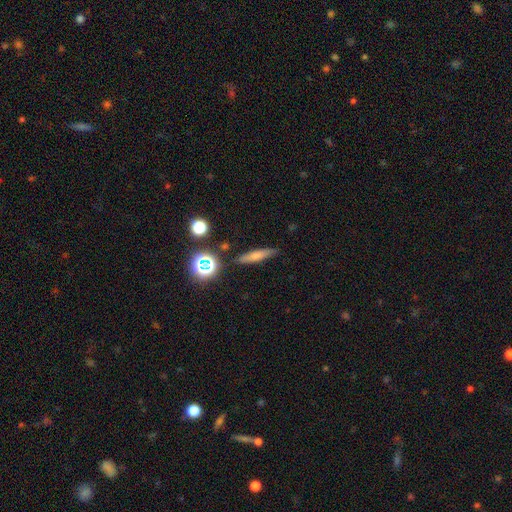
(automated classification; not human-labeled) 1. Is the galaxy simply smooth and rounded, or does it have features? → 65% smooth, 23% featured or disk, 13% star or artifact.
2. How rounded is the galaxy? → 82% cigar-shaped, 14% in between, 5% round.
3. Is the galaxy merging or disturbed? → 84% none, 11% minor disturbance, 3% major disturbance, 3% merger.